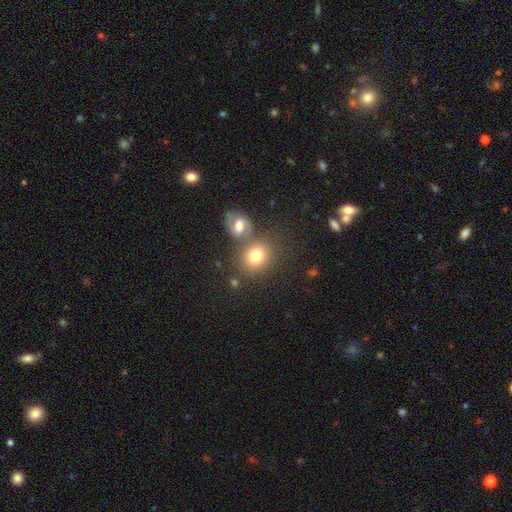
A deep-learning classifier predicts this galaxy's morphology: This is likely a smooth galaxy (76%). How rounded: likely round (65%). Merging: possibly none (60%).